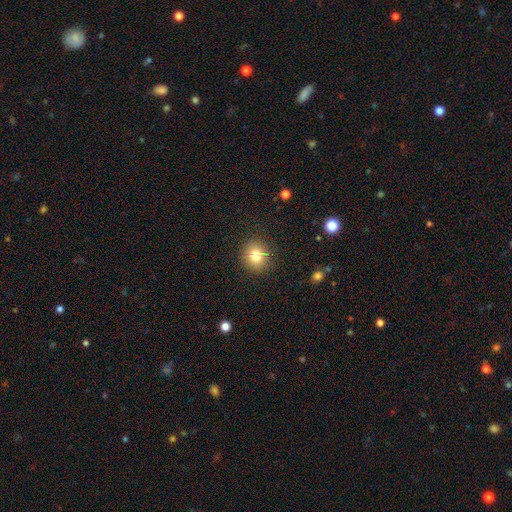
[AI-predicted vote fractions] Smooth or featured? smooth (80%)
How rounded? round (83%)
Merging? none (88%)